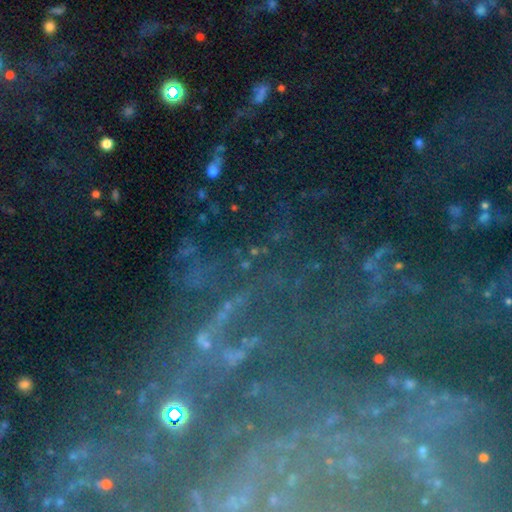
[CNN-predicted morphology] Smooth or featured: star or artifact — 58% (featured or disk — 30%)